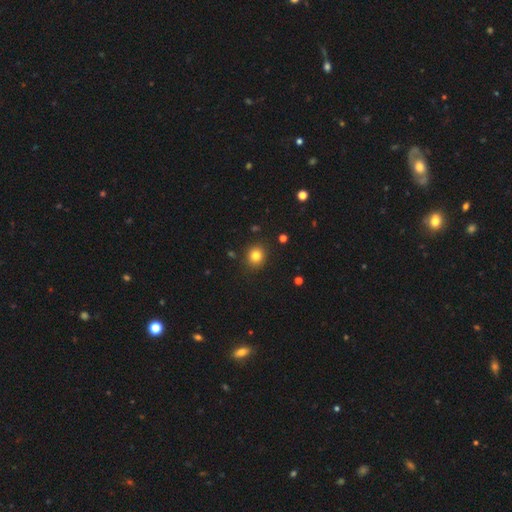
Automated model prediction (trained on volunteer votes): Smooth or featured?
  - smooth: 81% *
  - star or artifact: 13%
  - featured or disk: 6%
How rounded?
  - round: 79% *
  - in between: 20%
  - cigar-shaped: 1%
Merging?
  - none: 89% *
  - minor disturbance: 7%
  - major disturbance: 2%
  - merger: 2%